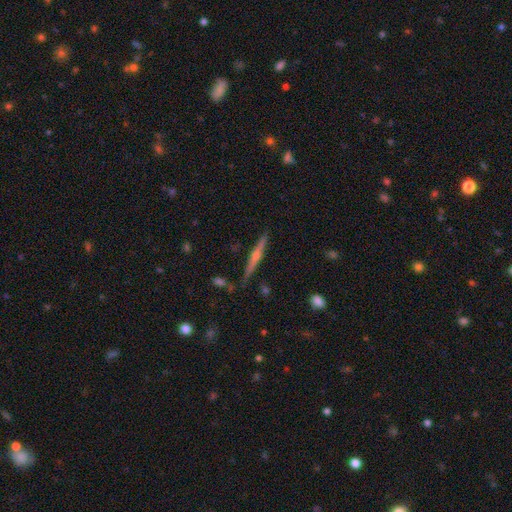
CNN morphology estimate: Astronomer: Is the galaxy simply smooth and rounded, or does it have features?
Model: featured or disk — 75%.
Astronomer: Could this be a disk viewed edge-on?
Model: yes — 98%.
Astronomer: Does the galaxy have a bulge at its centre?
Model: rounded — 87%.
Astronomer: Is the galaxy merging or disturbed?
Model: none — 87%.